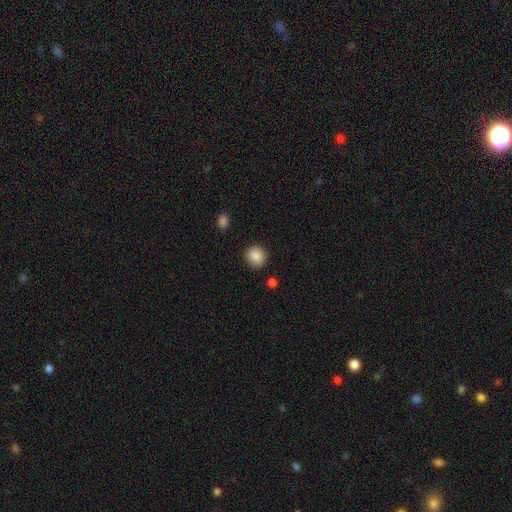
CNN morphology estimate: smooth-or-featured: smooth: 88% | star or artifact: 8% | featured or disk: 3%
  how-rounded: round: 87% | in between: 12% | cigar-shaped: 1%
  merging: none: 88% | minor disturbance: 7% | major disturbance: 2% | merger: 2%